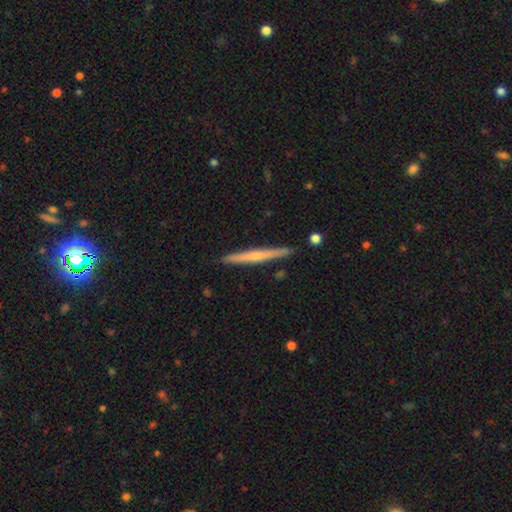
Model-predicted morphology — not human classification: This appears to be a featured or disk galaxy (57%) viewed edge-on (98%) with a rounded central bulge (54%). Merging: none (91%).